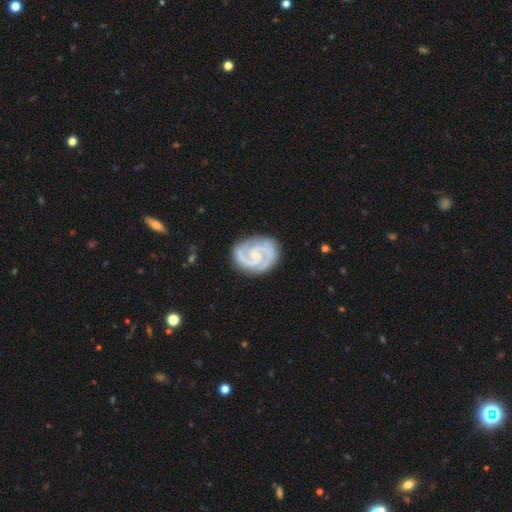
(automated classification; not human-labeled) This appears to be a featured or disk galaxy (93%) with no bar (57%), 2 (84%) tight (59%) spiral arms (99%) and a small central bulge (71%). Merging: none (83%).